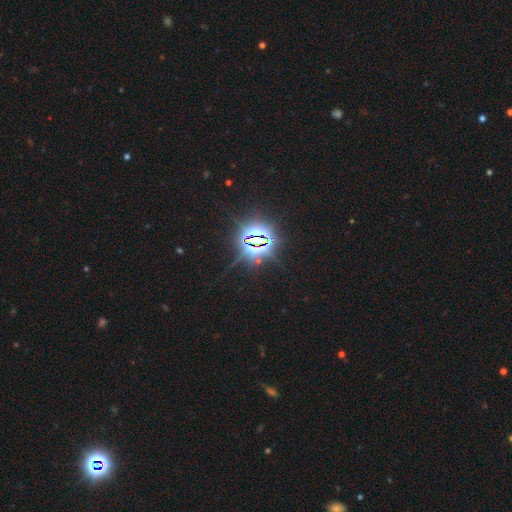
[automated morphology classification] Smooth or featured?
  - star or artifact: 84% *
  - smooth: 8%
  - featured or disk: 7%